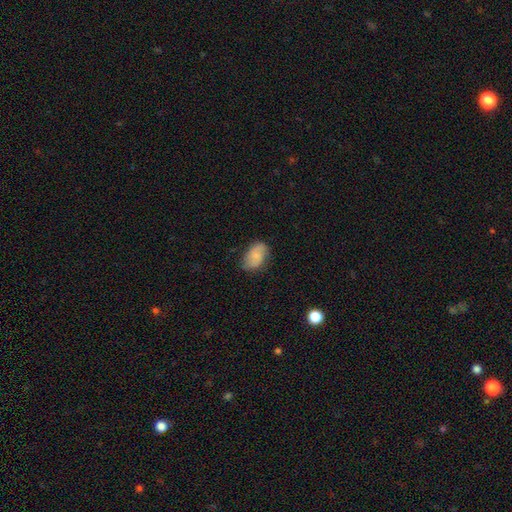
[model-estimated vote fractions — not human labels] smooth 65%, featured or disk 27%, star or artifact 8%. Down the decision tree: how rounded — in between (89%); merging — none (72%).